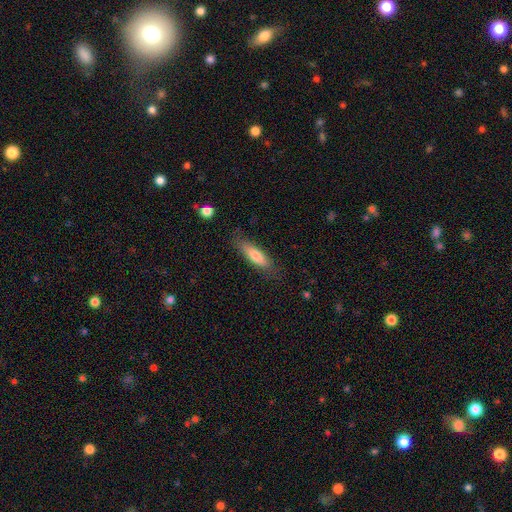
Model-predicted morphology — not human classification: Smooth or featured?
  - smooth: 76% *
  - featured or disk: 18%
  - star or artifact: 6%
How rounded?
  - cigar-shaped: 62% *
  - in between: 36%
  - round: 2%
Merging?
  - none: 79% *
  - minor disturbance: 16%
  - major disturbance: 4%
  - merger: 1%